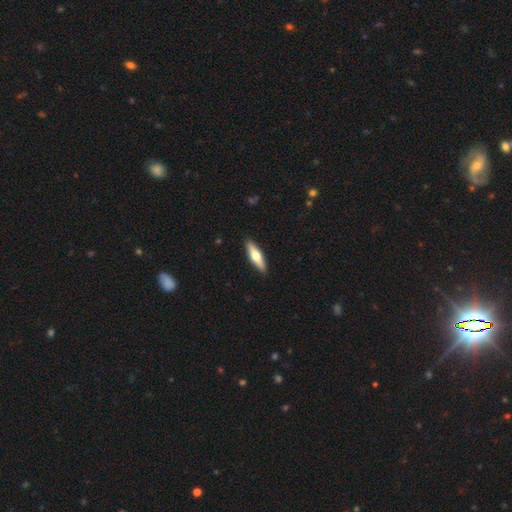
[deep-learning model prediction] Smooth or featured? smooth (49%)
Merging? none (91%)